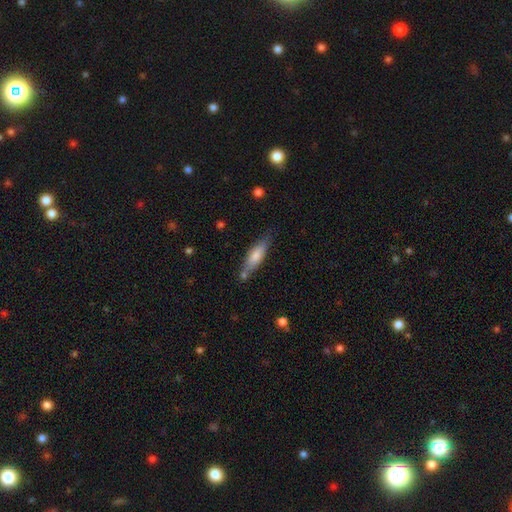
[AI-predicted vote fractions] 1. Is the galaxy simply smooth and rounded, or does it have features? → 65% smooth, 30% featured or disk, 6% star or artifact.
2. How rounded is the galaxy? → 62% cigar-shaped, 36% in between, 2% round.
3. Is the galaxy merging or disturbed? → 67% none, 20% minor disturbance, 8% merger, 4% major disturbance.